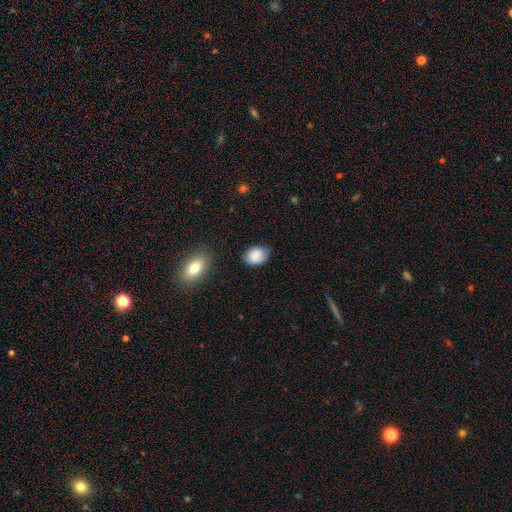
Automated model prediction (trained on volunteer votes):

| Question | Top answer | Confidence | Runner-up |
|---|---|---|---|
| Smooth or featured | smooth | 86% | star or artifact (7%) |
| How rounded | in between | 71% | round (28%) |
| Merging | none | 78% | minor disturbance (17%) |